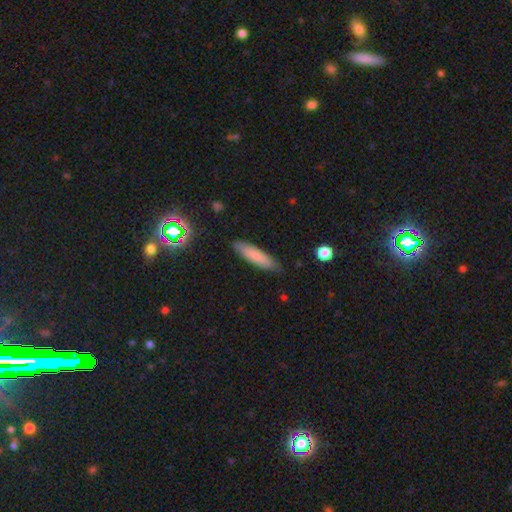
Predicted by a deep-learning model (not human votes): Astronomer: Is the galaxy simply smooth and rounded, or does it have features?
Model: smooth — 77%.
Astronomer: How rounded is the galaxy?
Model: cigar-shaped — 75%.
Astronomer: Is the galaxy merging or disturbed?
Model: none — 84%.